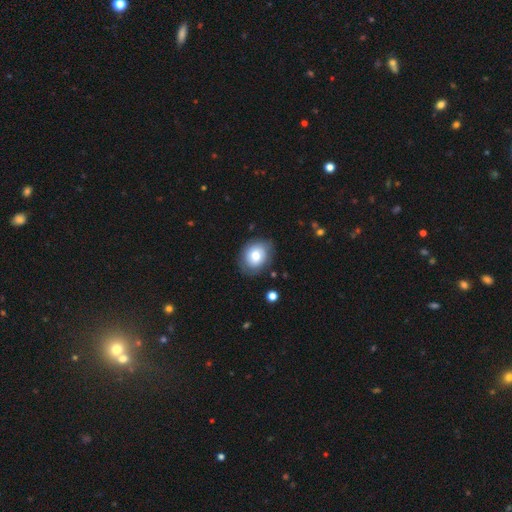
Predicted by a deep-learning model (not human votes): This appears to be a smooth galaxy with no disk features (70%) that is round (59%). Merging: none (79%).